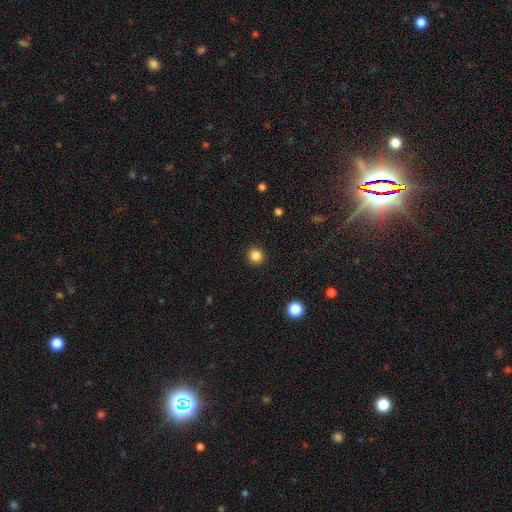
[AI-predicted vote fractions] Overall: smooth (85%). How rounded: round (93%). Merging: none (93%).